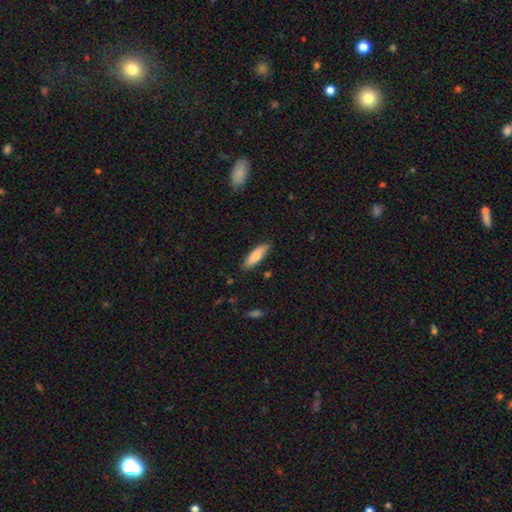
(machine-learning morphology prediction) type=smooth (80%); roundness=cigar-shaped (51%); merging=none (84%).